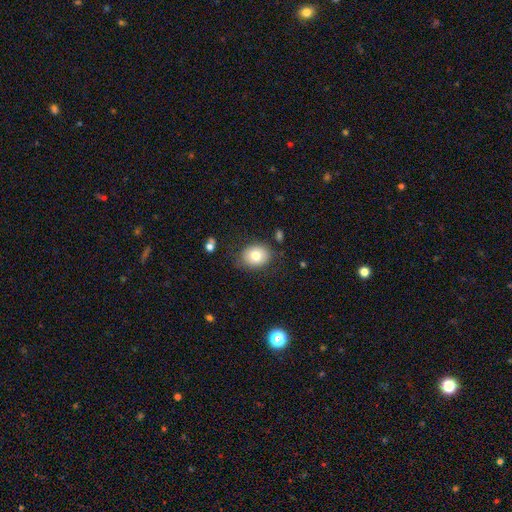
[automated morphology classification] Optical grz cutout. It shows a smooth galaxy with no disk features (77%) that is round (50%, tied with in between). Merging: none (78%).